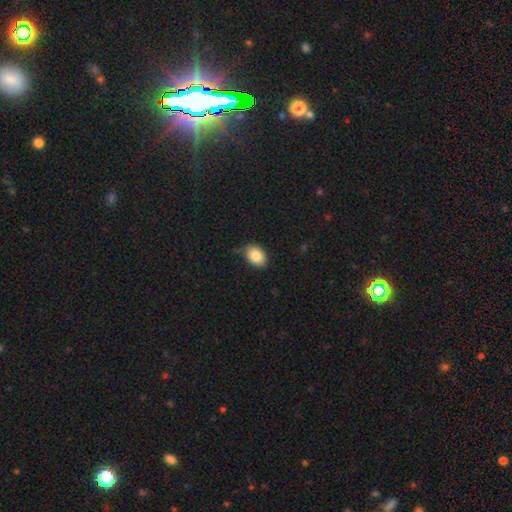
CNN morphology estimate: Overall: smooth (85%). How rounded: in between (80%). Merging: none (79%).